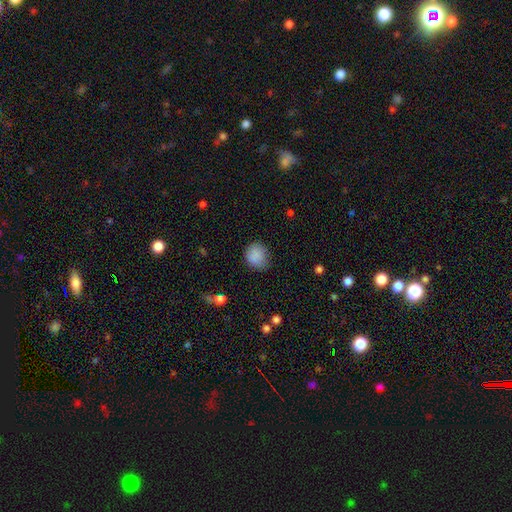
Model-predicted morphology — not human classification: A smooth galaxy with no disk features (87%) that is round (74%).

Vote fractions:
- Smooth or featured? smooth: 87% / star or artifact: 9% / featured or disk: 5%
- How rounded? round: 74% / in between: 25% / cigar-shaped: 1%
- Merging? none: 74% / minor disturbance: 20% / major disturbance: 5% / merger: 1%